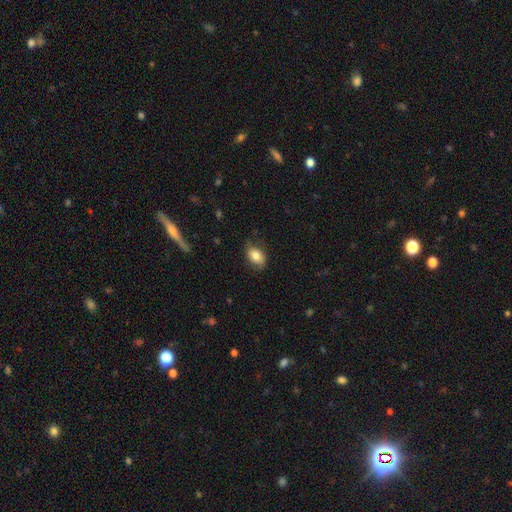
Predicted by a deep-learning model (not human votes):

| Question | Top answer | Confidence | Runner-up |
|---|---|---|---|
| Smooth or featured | smooth | 79% | featured or disk (13%) |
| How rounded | in between | 84% | round (15%) |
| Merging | none | 76% | minor disturbance (19%) |